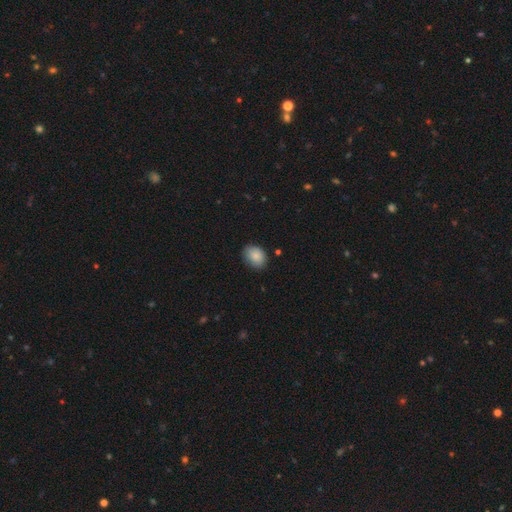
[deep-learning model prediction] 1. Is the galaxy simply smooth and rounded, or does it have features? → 87% smooth, 7% star or artifact, 6% featured or disk.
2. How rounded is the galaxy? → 65% in between, 34% round, 1% cigar-shaped.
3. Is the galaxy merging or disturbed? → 78% none, 18% minor disturbance, 3% major disturbance, 1% merger.